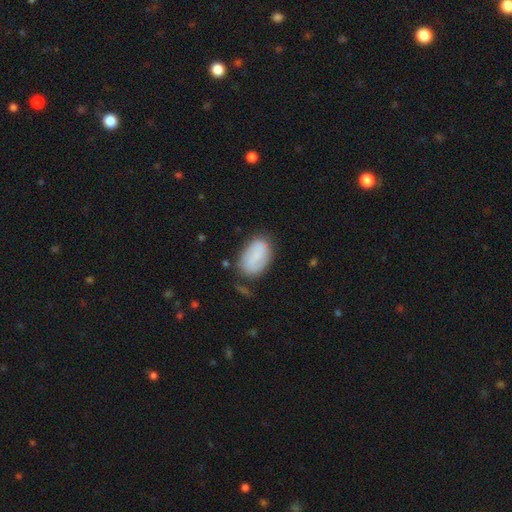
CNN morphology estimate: smooth 70%, featured or disk 22%, star or artifact 8%. Down the decision tree: how rounded — in between (91%); merging — none (67%).